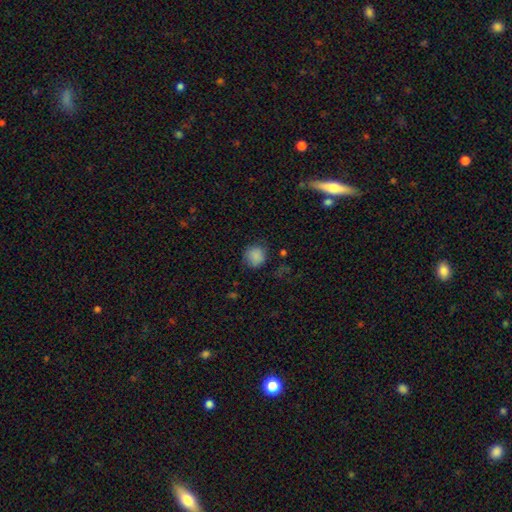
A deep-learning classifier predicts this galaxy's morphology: A smooth galaxy with no disk features (85%) that is round (84%). Merging: none (74%).